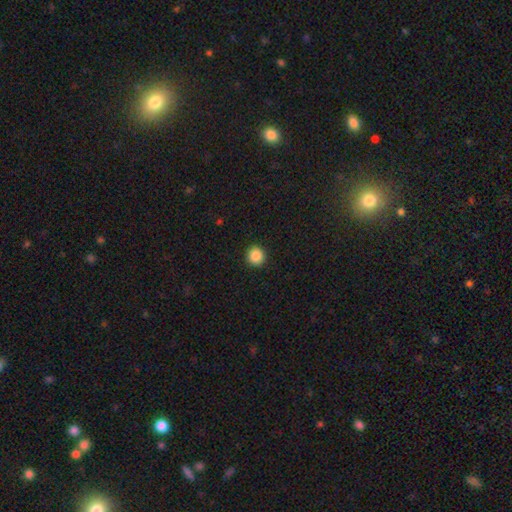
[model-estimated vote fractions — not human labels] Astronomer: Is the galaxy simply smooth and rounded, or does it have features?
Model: smooth — 87%.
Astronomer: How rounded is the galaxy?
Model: round — 92%.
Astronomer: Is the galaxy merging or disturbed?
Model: none — 93%.